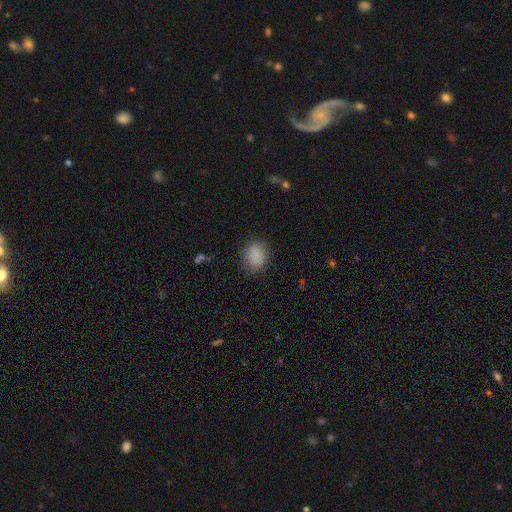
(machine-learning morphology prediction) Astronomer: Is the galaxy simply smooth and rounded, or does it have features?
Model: smooth — 86%.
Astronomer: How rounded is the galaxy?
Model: round — 50% (runner-up: in between, 48%).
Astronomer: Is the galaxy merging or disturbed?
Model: none — 80%.